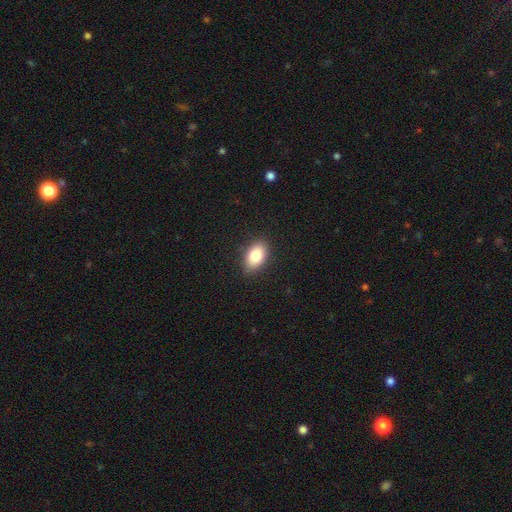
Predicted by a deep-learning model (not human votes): This is clearly a smooth galaxy (82%). How rounded: clearly in between (88%). Merging: clearly none (86%).